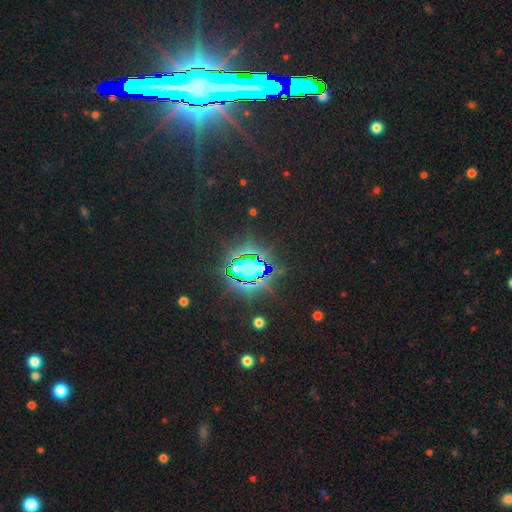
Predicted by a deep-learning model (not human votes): Overall: star or artifact (84%).